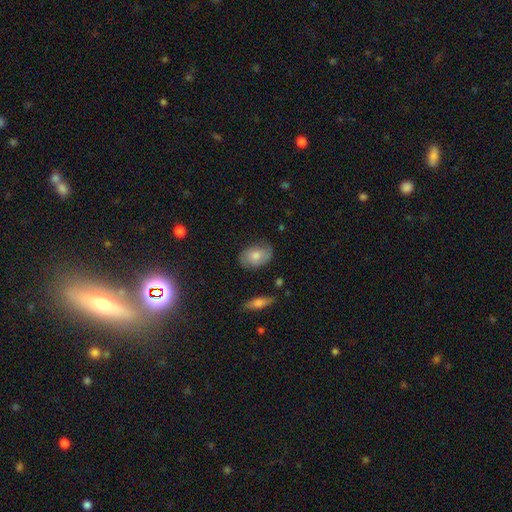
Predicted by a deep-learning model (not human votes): The model was most divided on "smooth or featured": smooth: 59%, featured or disk: 30%, star or artifact: 11%. More confident: how rounded — in between (83%); merging — none (78%).